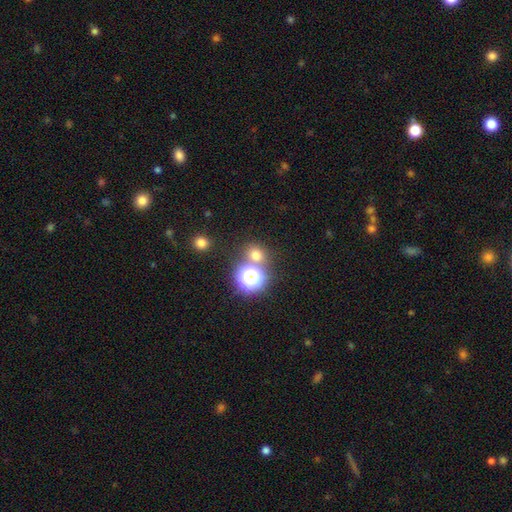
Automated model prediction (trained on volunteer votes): A smooth galaxy with no disk features (64%) that is round (82%).

Vote fractions:
- Smooth or featured? smooth: 64% / star or artifact: 28% / featured or disk: 7%
- How rounded? round: 82% / in between: 17% / cigar-shaped: 1%
- Merging? none: 70% / merger: 18% / minor disturbance: 8% / major disturbance: 4%